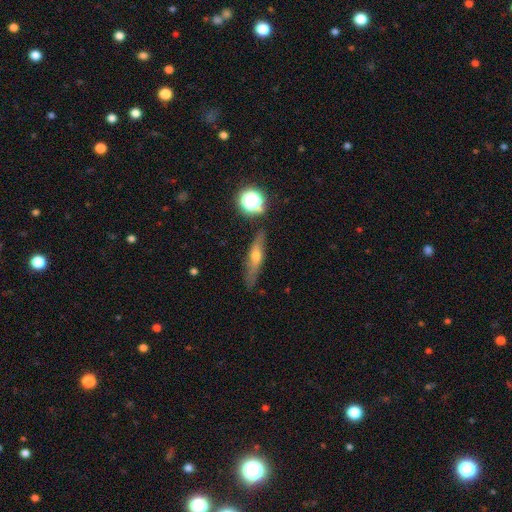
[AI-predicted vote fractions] Smooth or featured? Predicted: featured or disk (p=0.50). Edge-on disk? Predicted: yes (p=0.79). Merging? Predicted: none (p=0.77).